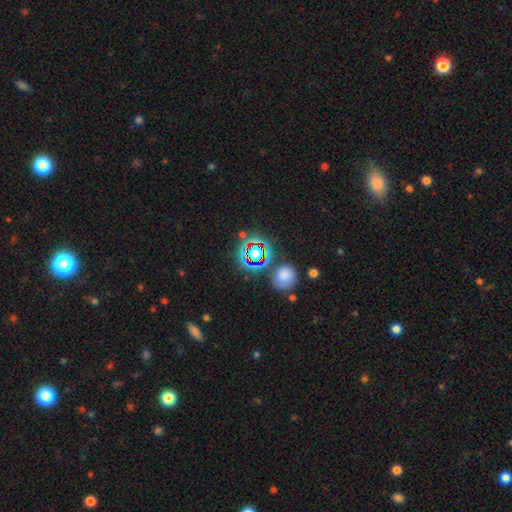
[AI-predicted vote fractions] Q: Smooth or featured?
A: star or artifact (67%); runner-up: smooth (20%)